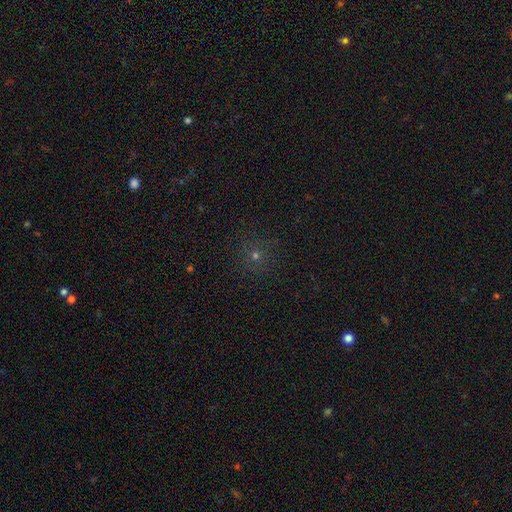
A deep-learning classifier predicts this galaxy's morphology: Smooth or featured: smooth — 50% (star or artifact — 38%)
How rounded: round — 93% (in between — 6%)
Merging: none — 86% (minor disturbance — 8%)